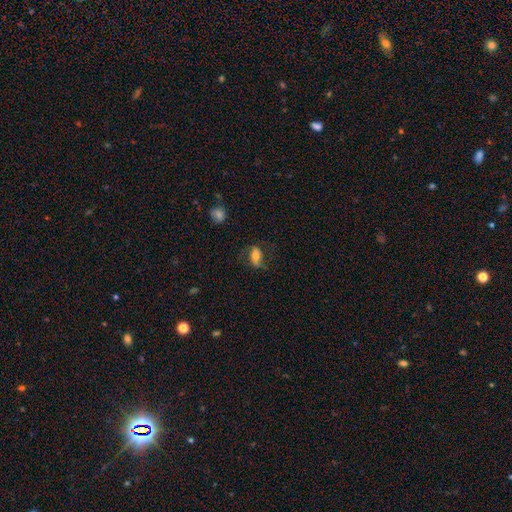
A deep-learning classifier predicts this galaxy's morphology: This appears to be a featured or disk galaxy (48%). Merging: none (64%).